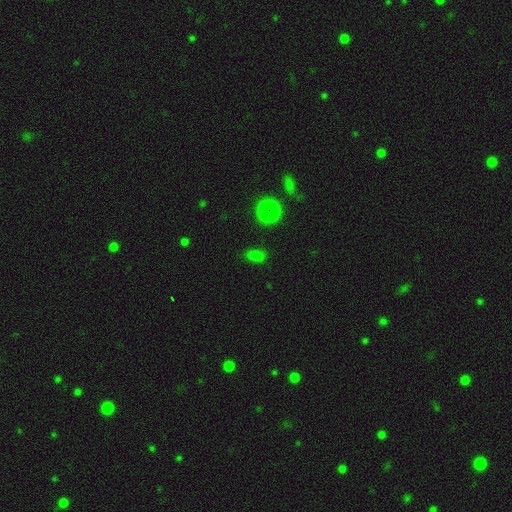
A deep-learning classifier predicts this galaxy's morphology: Smooth or featured: smooth — 71% (star or artifact — 24%)
How rounded: in between — 81% (round — 15%)
Merging: none — 82% (minor disturbance — 12%)